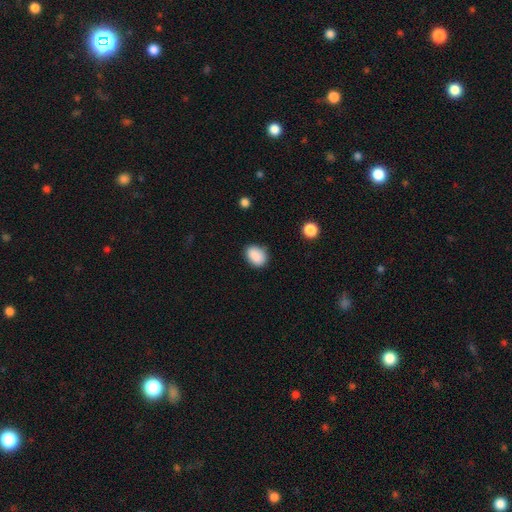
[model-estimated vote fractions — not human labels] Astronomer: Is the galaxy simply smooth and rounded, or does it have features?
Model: smooth — 89%.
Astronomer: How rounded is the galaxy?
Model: in between — 69%.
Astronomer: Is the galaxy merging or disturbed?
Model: none — 82%.